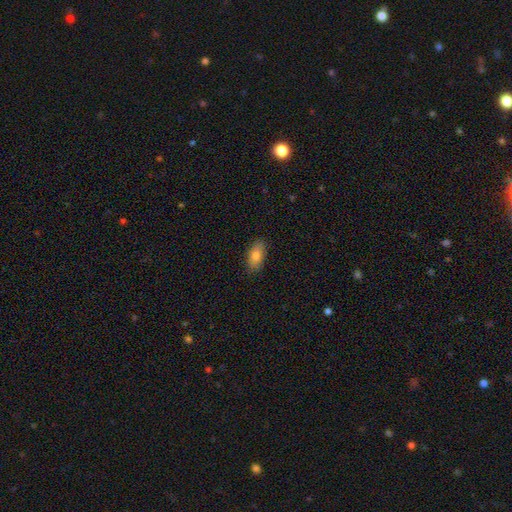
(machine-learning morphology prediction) smooth-or-featured: smooth: 81% | featured or disk: 11% | star or artifact: 8%
  how-rounded: in between: 89% | cigar-shaped: 8% | round: 4%
  merging: none: 86% | minor disturbance: 11% | major disturbance: 2% | merger: 1%